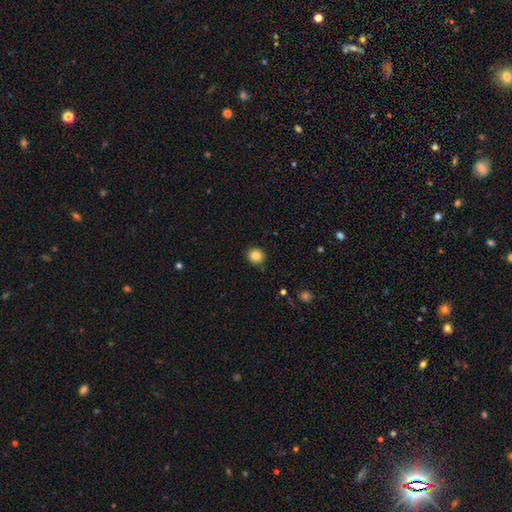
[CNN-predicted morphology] A smooth galaxy with no disk features (84%) that is round (90%).

Vote fractions:
- Smooth or featured? smooth: 84% / star or artifact: 11% / featured or disk: 5%
- How rounded? round: 90% / in between: 9% / cigar-shaped: 1%
- Merging? none: 89% / minor disturbance: 8% / major disturbance: 2% / merger: 1%